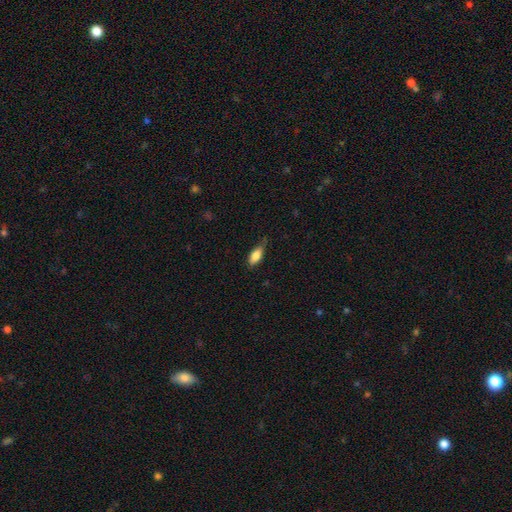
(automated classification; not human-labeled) This appears to be a smooth galaxy with no disk features (81%) that is in between round and cigar-shaped (80%). Merging: none (65%).